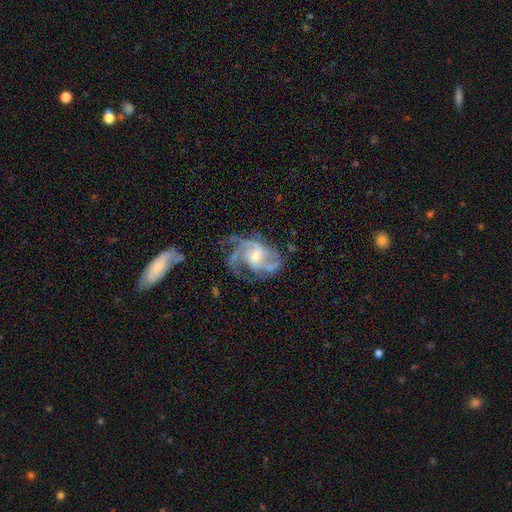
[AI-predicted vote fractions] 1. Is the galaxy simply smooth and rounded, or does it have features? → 89% featured or disk, 6% star or artifact, 5% smooth.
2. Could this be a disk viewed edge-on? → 98% no, 2% yes.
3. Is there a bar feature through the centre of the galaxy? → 54% no, 36% weak, 10% strong.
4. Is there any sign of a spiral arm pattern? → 97% yes, 3% no.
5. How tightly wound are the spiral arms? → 50% medium, 32% tight, 17% loose.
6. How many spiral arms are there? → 43% 3, 19% 2, 14% 4, 13% can't tell, 5% 1, 5% more than 4.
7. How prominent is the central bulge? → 50% moderate, 45% small, 3% large, 2% none, 1% dominant.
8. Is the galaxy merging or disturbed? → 55% none, 22% minor disturbance, 20% major disturbance, 3% merger.